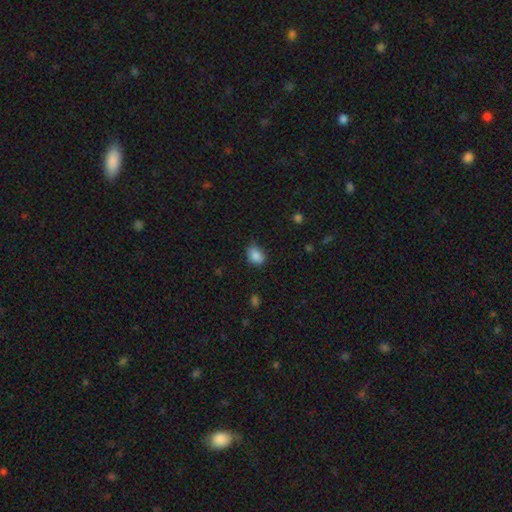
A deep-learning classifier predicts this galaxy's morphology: Smooth or featured? Predicted: smooth (p=0.86). How rounded? Predicted: in between (p=0.71). Merging? Predicted: none (p=0.68).